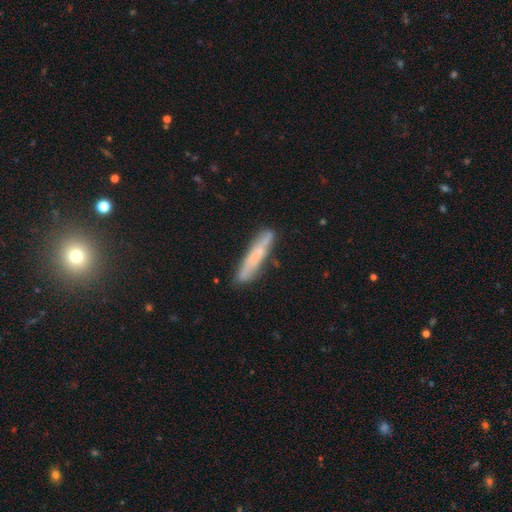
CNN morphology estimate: The model was most divided on "smooth or featured": smooth: 59%, featured or disk: 33%, star or artifact: 7%. More confident: how rounded — cigar-shaped (92%); merging — none (83%).